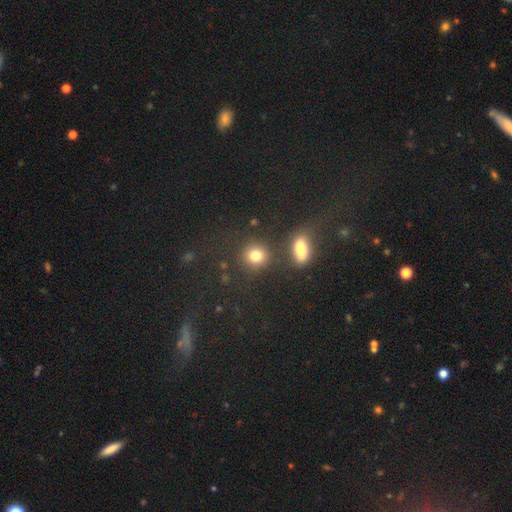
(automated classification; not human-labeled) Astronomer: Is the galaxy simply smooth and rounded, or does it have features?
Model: smooth — 80%.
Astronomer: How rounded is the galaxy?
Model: round — 79%.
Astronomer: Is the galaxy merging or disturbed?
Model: none — 74%.